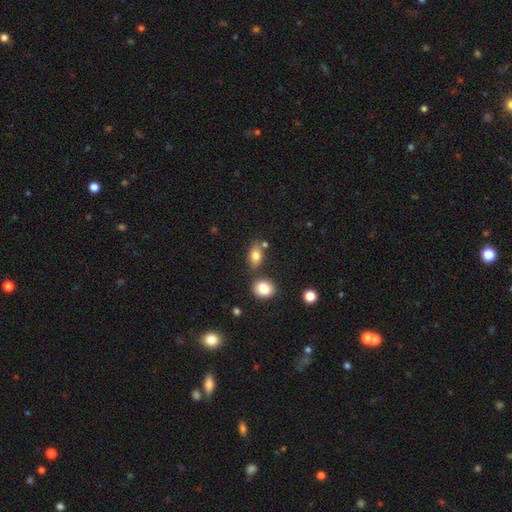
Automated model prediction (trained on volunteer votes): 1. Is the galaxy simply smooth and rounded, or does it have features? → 80% smooth, 11% featured or disk, 9% star or artifact.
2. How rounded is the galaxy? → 82% in between, 15% round, 3% cigar-shaped.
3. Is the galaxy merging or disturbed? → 66% none, 16% merger, 14% minor disturbance, 4% major disturbance.